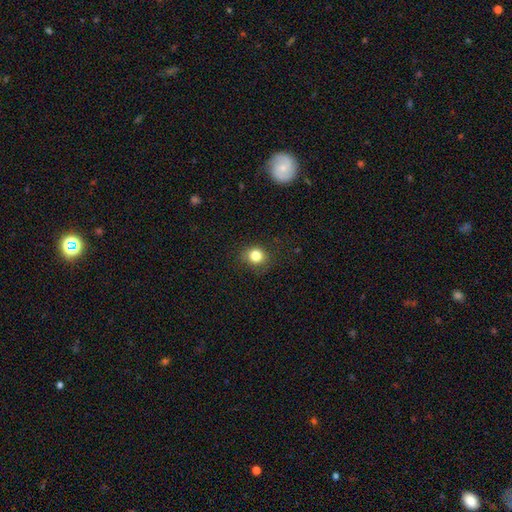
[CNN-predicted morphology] type=smooth (82%); roundness=round (78%); merging=none (82%).